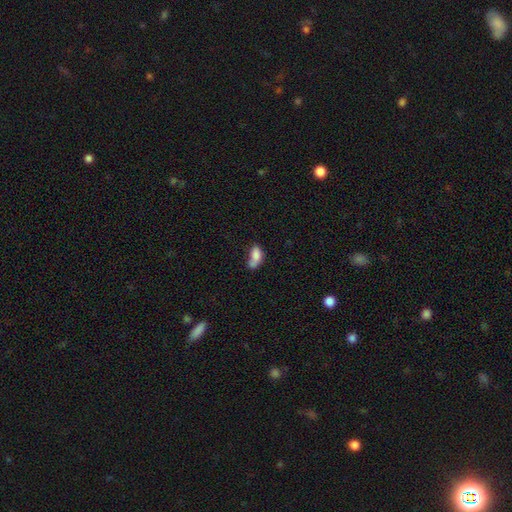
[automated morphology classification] Smooth or featured? smooth (78%)
How rounded? in between (89%)
Merging? none (31%)